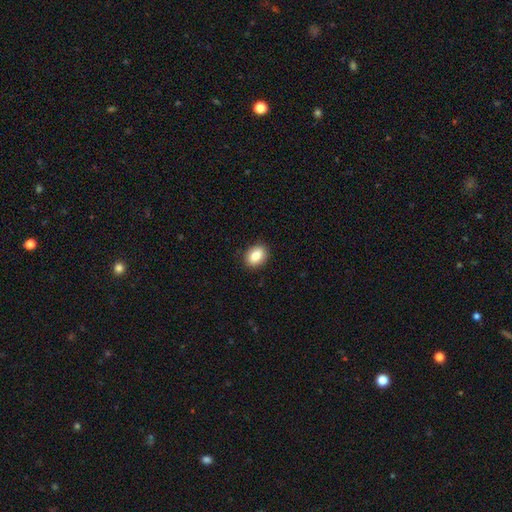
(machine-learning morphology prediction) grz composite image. It shows a smooth galaxy with no disk features (86%) that is in between round and cigar-shaped (76%). Merging: none (89%).